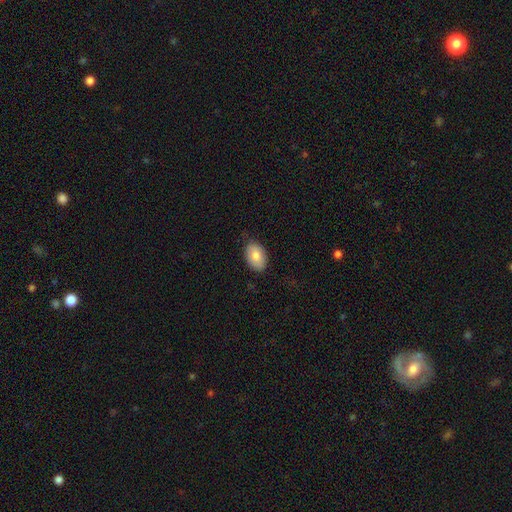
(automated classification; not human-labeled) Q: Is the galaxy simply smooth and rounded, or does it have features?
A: smooth — 83%.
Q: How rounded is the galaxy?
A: in between — 88%.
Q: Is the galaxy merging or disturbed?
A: none — 80%.